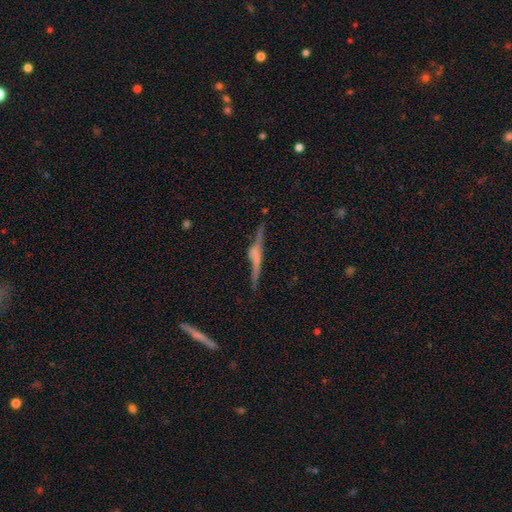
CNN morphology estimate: smooth-or-featured: featured or disk: 72% | smooth: 20% | star or artifact: 8%
  disk-edge-on: yes: 95% | no: 5%
    edge-on-bulge: rounded: 54% | boxy: 29% | none: 17%
  merging: none: 73% | minor disturbance: 17% | major disturbance: 6% | merger: 4%